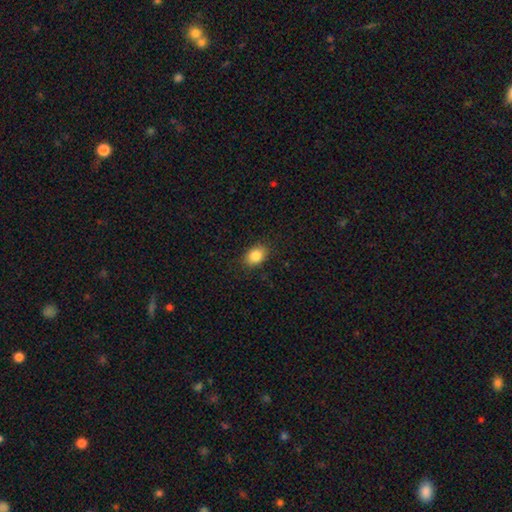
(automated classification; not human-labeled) smooth-or-featured: smooth: 85% | star or artifact: 9% | featured or disk: 7%
  how-rounded: in between: 75% | round: 24% | cigar-shaped: 1%
  merging: none: 87% | minor disturbance: 9% | major disturbance: 2% | merger: 1%